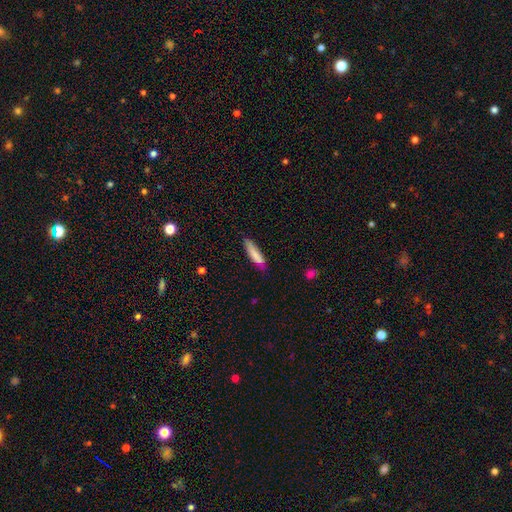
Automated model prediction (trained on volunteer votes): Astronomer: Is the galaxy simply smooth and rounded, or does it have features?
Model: smooth — 81%.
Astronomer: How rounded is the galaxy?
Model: cigar-shaped — 77%.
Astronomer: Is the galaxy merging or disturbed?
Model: none — 69%.